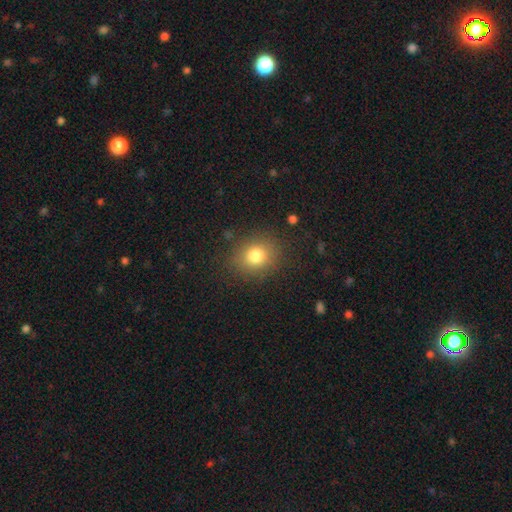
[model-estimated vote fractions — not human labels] Smooth or featured: smooth — 79% (star or artifact — 12%)
How rounded: round — 68% (in between — 31%)
Merging: none — 84% (minor disturbance — 10%)